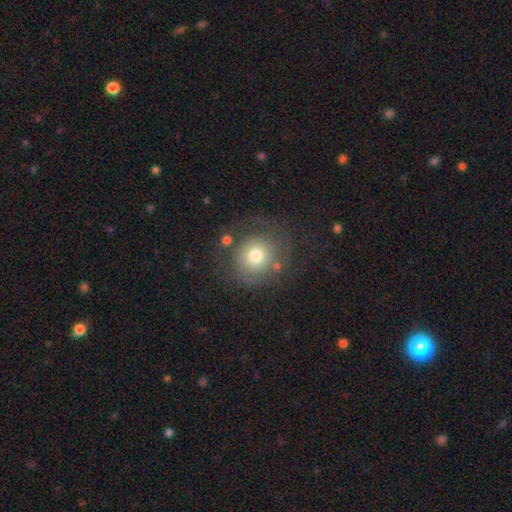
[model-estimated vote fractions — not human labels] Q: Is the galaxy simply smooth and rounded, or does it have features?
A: smooth — 58%.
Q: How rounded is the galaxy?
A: round — 87%.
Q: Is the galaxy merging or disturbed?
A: none — 66%.